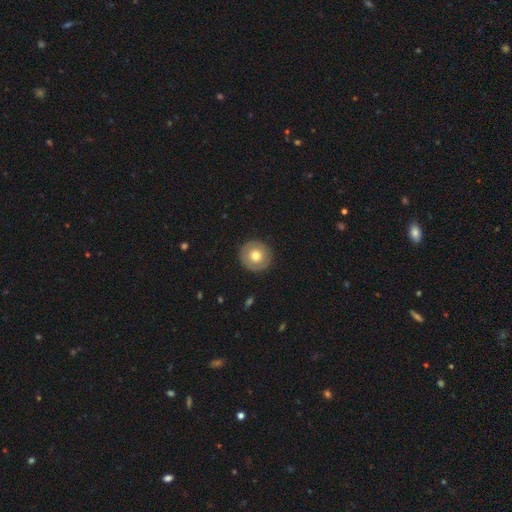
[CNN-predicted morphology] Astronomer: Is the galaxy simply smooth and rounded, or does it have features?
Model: smooth — 63%.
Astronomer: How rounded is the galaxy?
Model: round — 94%.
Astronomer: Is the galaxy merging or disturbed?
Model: none — 90%.